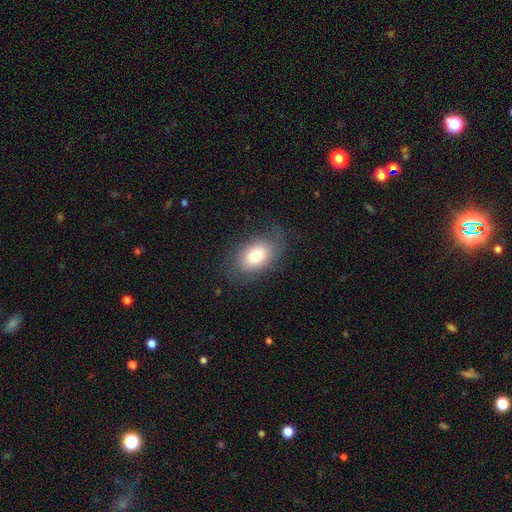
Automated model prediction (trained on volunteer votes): smooth_or_featured: smooth (p=0.70) [alt: featured or disk p=0.22]
how_rounded: in between (p=0.88) [alt: round p=0.11]
merging: none (p=0.67) [alt: minor disturbance p=0.21]